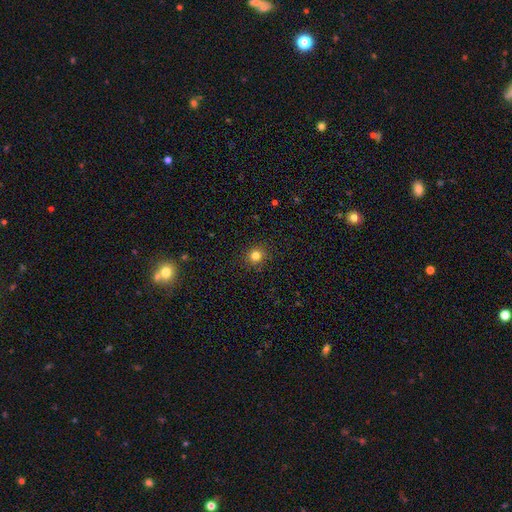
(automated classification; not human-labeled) Q: Smooth or featured?
A: smooth (82%); runner-up: star or artifact (13%)
Q: How rounded?
A: round (89%); runner-up: in between (10%)
Q: Merging?
A: none (91%); runner-up: minor disturbance (6%)